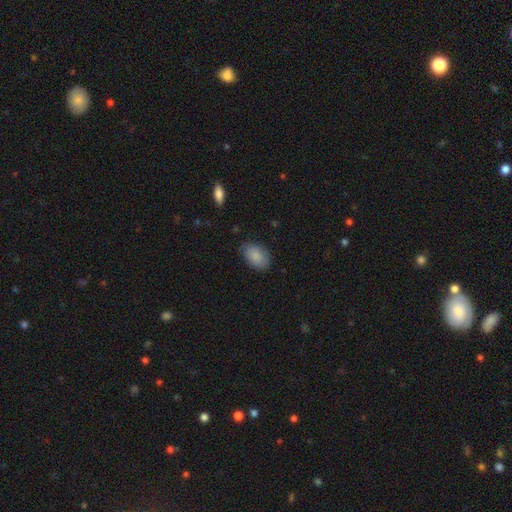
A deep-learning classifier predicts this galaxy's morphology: Smooth or featured: smooth — 87% (star or artifact — 7%)
How rounded: in between — 87% (round — 11%)
Merging: none — 80% (minor disturbance — 16%)